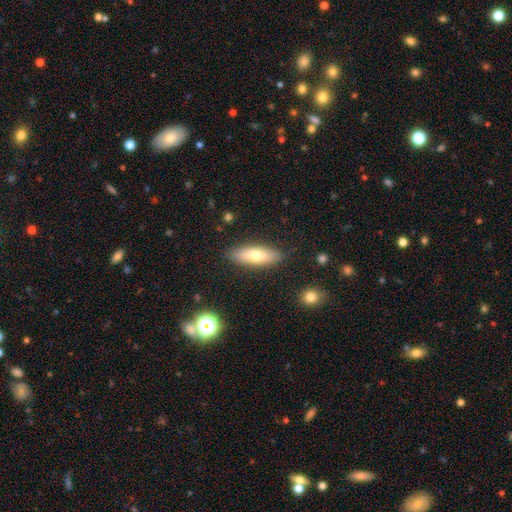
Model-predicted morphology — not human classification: Smooth or featured?
  - smooth: 66% *
  - featured or disk: 27%
  - star or artifact: 7%
How rounded?
  - in between: 61% *
  - cigar-shaped: 36%
  - round: 3%
Merging?
  - none: 85% *
  - minor disturbance: 11%
  - major disturbance: 3%
  - merger: 1%